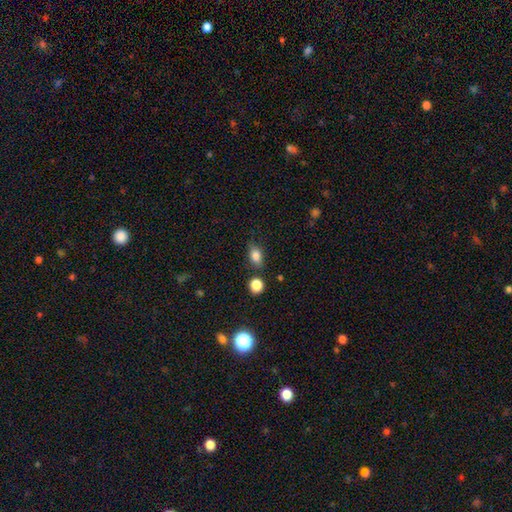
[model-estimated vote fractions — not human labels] smooth-or-featured: smooth: 83% | star or artifact: 10% | featured or disk: 7%
  how-rounded: in between: 77% | round: 20% | cigar-shaped: 3%
  merging: none: 75% | minor disturbance: 15% | merger: 6% | major disturbance: 4%